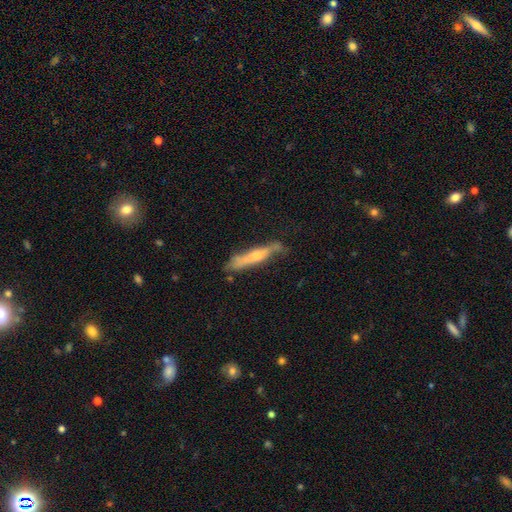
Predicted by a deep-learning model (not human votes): Smooth or featured?
  - featured or disk: 53% *
  - smooth: 40%
  - star or artifact: 6%
Edge-on disk?
  - yes: 84% *
  - no: 16%
Merging?
  - none: 63% *
  - minor disturbance: 26%
  - major disturbance: 8%
  - merger: 4%